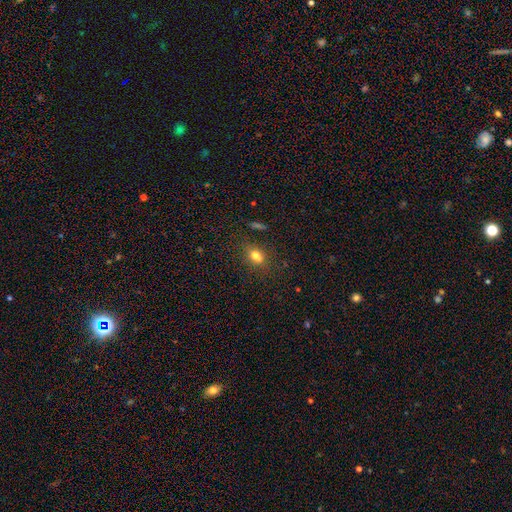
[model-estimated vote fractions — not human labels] Overall: smooth (73%). How rounded: in between (66%; round 29%). Merging: none (75%).